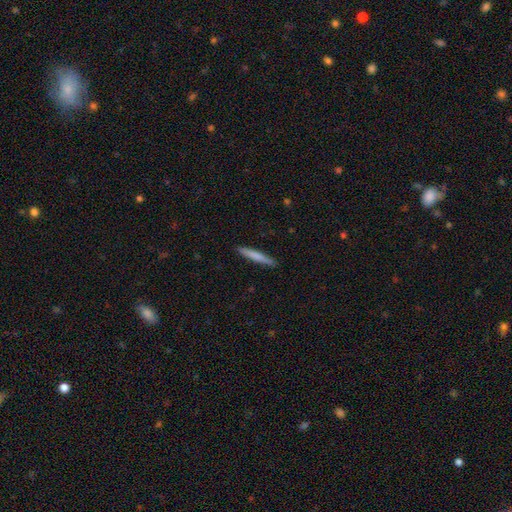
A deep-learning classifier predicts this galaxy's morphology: Smooth or featured?
  - smooth: 73% *
  - featured or disk: 22%
  - star or artifact: 5%
How rounded?
  - cigar-shaped: 95% *
  - in between: 3%
  - round: 1%
Merging?
  - none: 90% *
  - minor disturbance: 7%
  - major disturbance: 1%
  - merger: 1%